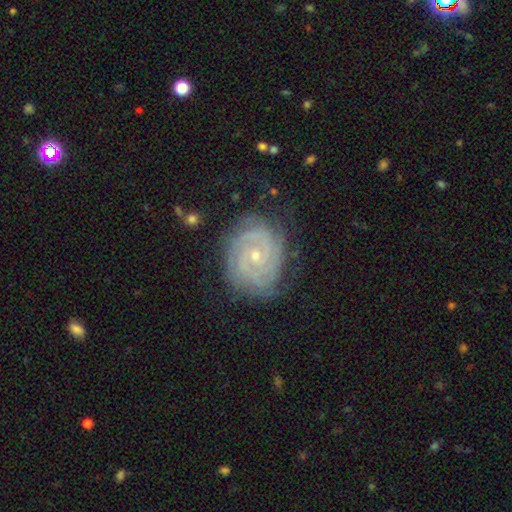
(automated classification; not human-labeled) Smooth or featured? featured or disk (88%)
Edge-on disk? no (98%)
Bar? no (70%)
Spiral arms? yes (98%)
Spiral winding? tight (82%)
Spiral arm count? 2 (33%)
Bulge size? small (72%)
Merging? none (77%)